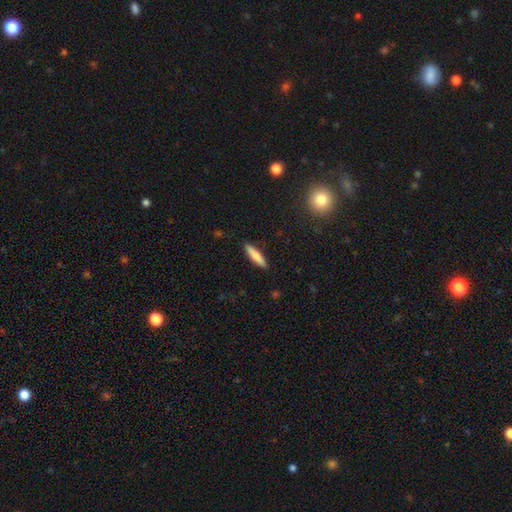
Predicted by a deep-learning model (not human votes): smooth-or-featured: smooth: 74% | featured or disk: 20% | star or artifact: 6%
  how-rounded: cigar-shaped: 81% | in between: 18% | round: 2%
  merging: none: 90% | minor disturbance: 7% | major disturbance: 2% | merger: 1%